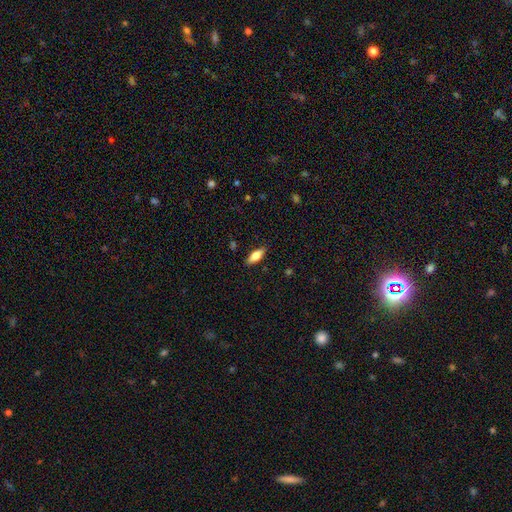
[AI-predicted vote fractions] Smooth or featured? Predicted: smooth (p=0.72). How rounded? Predicted: in between (p=0.71). Merging? Predicted: none (p=0.87).